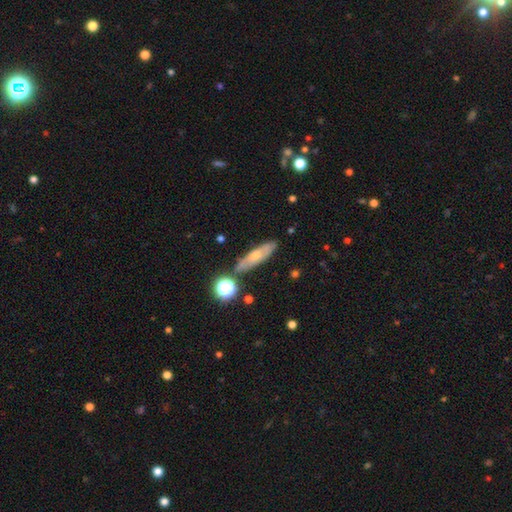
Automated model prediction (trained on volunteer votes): A smooth galaxy with no disk features (51%) that is cigar-shaped (63%).

Vote fractions:
- Smooth or featured? smooth: 51% / featured or disk: 39% / star or artifact: 10%
- How rounded? cigar-shaped: 63% / in between: 32% / round: 5%
- Merging? none: 78% / minor disturbance: 13% / merger: 6% / major disturbance: 3%